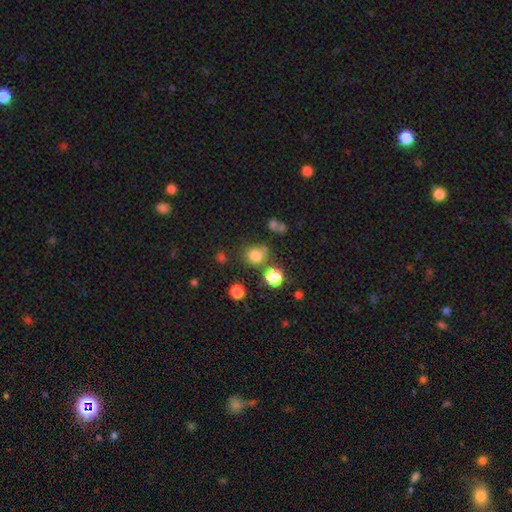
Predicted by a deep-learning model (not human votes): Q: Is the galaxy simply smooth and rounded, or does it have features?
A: smooth — 76%.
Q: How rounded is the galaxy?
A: round — 81%.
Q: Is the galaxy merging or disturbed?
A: none — 67%.